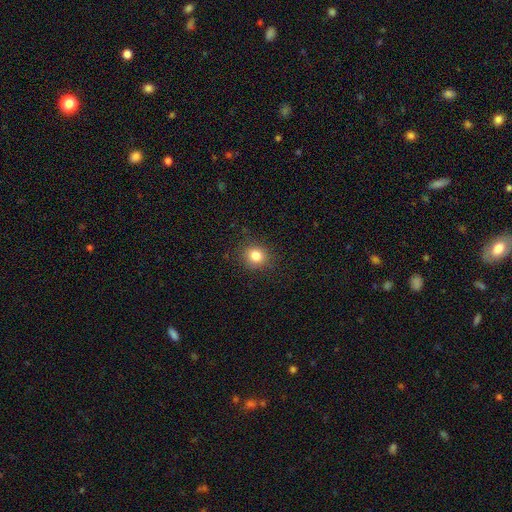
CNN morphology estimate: A smooth galaxy with no disk features (82%) that is round (86%). Merging: none (88%).